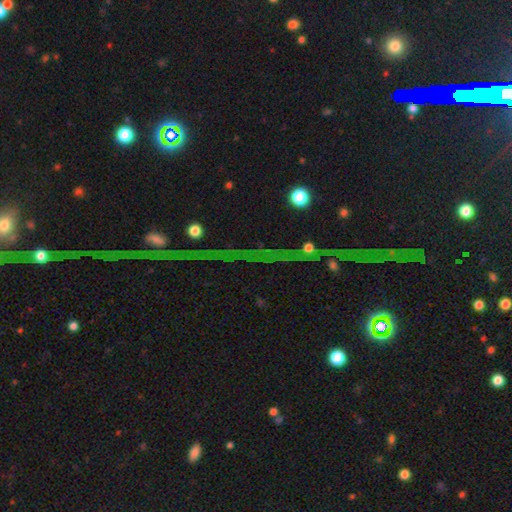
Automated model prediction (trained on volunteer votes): The model was most divided on "smooth or featured": star or artifact: 75%, featured or disk: 14%, smooth: 11%.